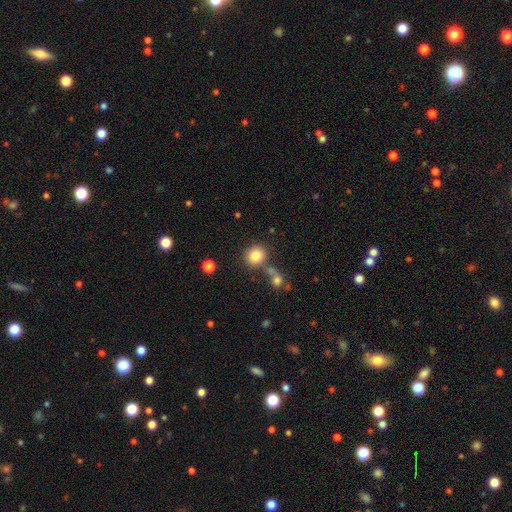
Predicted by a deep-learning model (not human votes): Smooth or featured? smooth (82%)
How rounded? round (84%)
Merging? none (70%)